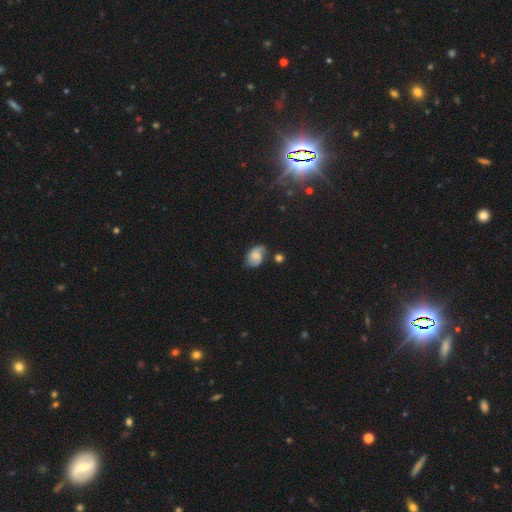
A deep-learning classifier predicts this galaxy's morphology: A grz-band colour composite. It shows a smooth galaxy with no disk features (53%) that is in between round and cigar-shaped (79%). Merging: none (60%).